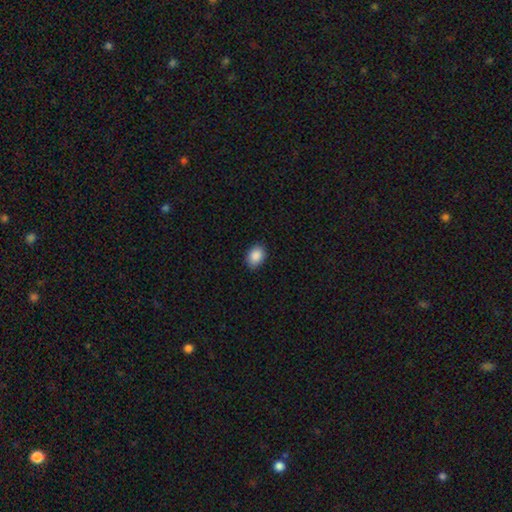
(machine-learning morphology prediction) Smooth or featured?
  - smooth: 89% *
  - star or artifact: 8%
  - featured or disk: 3%
How rounded?
  - in between: 70% *
  - round: 29%
  - cigar-shaped: 1%
Merging?
  - none: 85% *
  - minor disturbance: 11%
  - major disturbance: 2%
  - merger: 1%